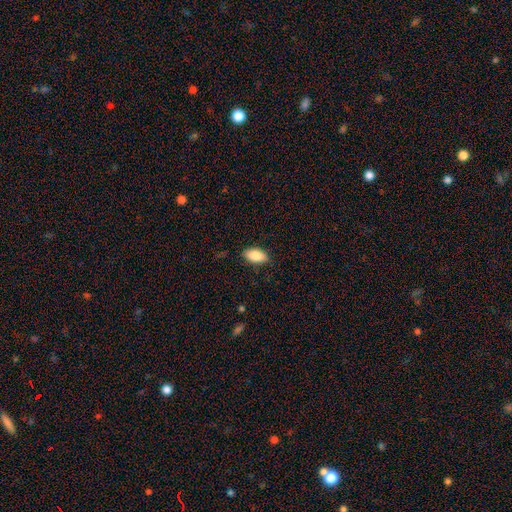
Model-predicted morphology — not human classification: The model was most divided on "merging": none: 86%, minor disturbance: 11%, major disturbance: 2%, merger: 1%. More confident: how rounded — in between (93%); smooth or featured — smooth (87%).